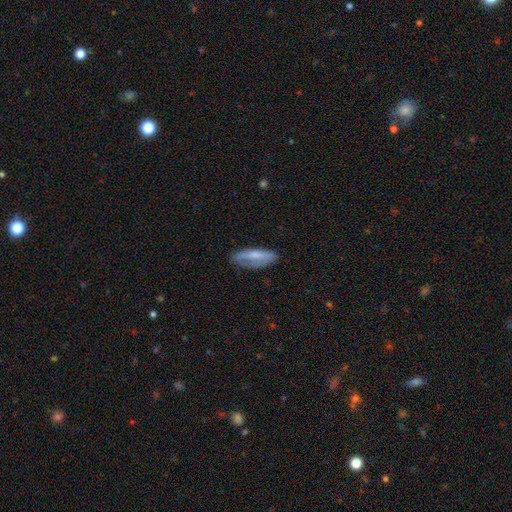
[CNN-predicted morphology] smooth_or_featured: smooth (p=0.59) [alt: featured or disk p=0.35]
how_rounded: in between (p=0.56) [alt: cigar-shaped p=0.42]
merging: none (p=0.63) [alt: minor disturbance p=0.25]